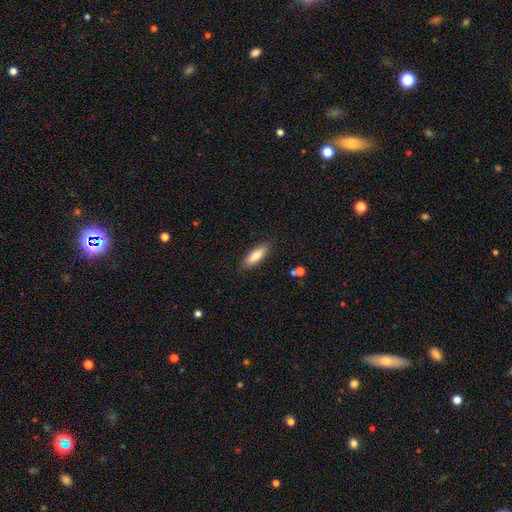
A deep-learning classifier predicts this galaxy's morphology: The model was most divided on "how rounded": in between: 52%, cigar-shaped: 46%, round: 2%. More confident: merging — none (86%); smooth or featured — smooth (82%).